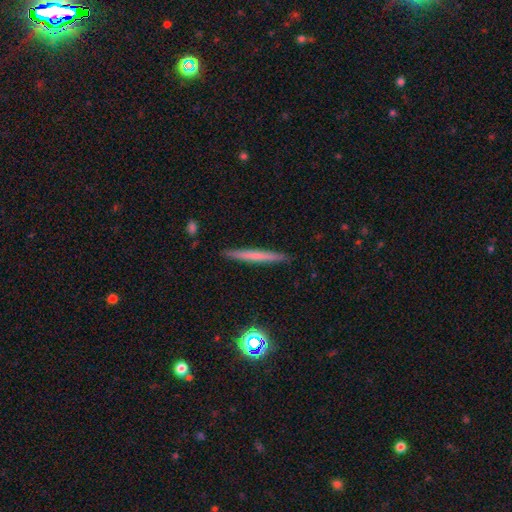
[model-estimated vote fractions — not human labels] Smooth or featured: smooth — 59% (featured or disk — 33%)
How rounded: cigar-shaped — 97% (in between — 2%)
Merging: none — 91% (minor disturbance — 6%)